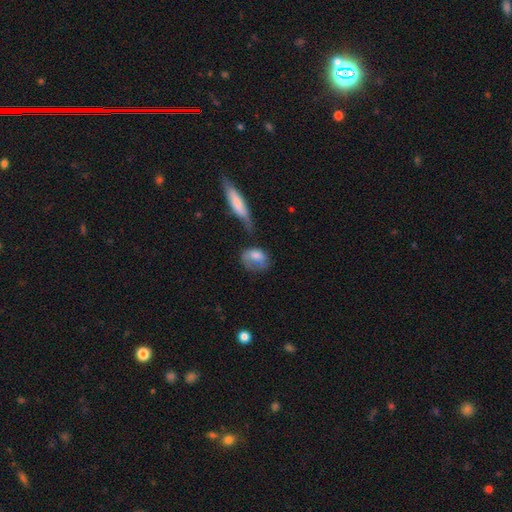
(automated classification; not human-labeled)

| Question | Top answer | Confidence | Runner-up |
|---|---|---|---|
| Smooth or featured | smooth | 65% | featured or disk (27%) |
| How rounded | in between | 69% | round (27%) |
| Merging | none | 29% | tied: major disturbance (29%) |